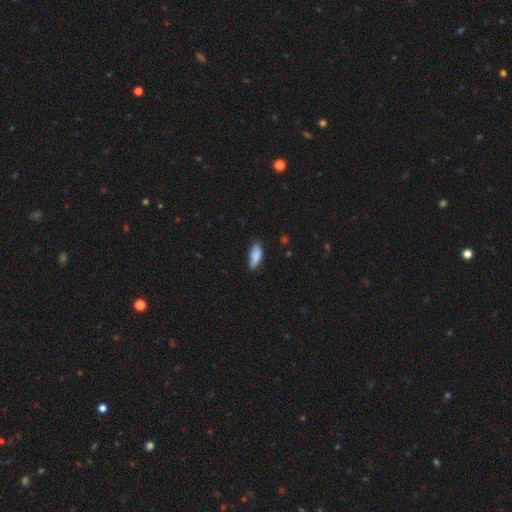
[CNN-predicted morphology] smooth_or_featured: smooth (p=0.84) [alt: featured or disk p=0.09]
how_rounded: in between (p=0.79) [alt: cigar-shaped p=0.19]
merging: none (p=0.59) [alt: minor disturbance p=0.33]